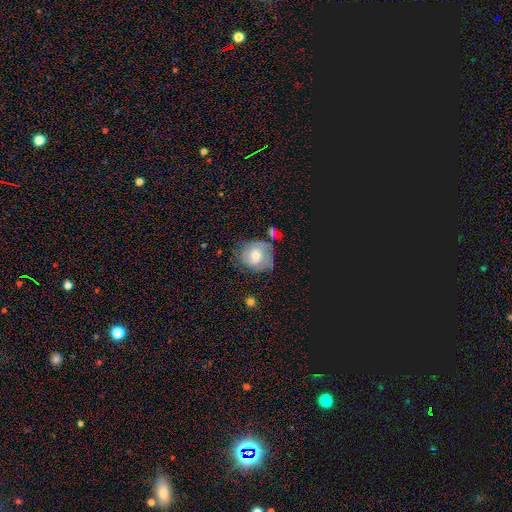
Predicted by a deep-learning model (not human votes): A featured or disk galaxy (46%).

Vote fractions:
- Smooth or featured? featured or disk: 46% / smooth: 45% / star or artifact: 9%
- Merging? none: 54% / minor disturbance: 26% / major disturbance: 12% / merger: 8%